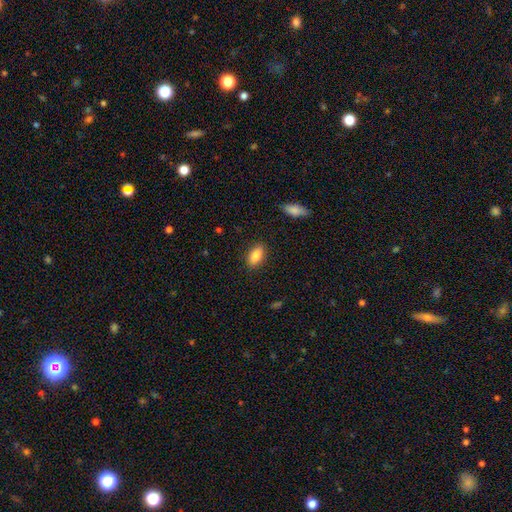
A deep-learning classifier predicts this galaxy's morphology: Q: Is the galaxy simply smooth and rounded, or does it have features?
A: smooth — 84%.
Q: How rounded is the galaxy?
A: in between — 89%.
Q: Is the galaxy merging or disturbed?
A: none — 87%.